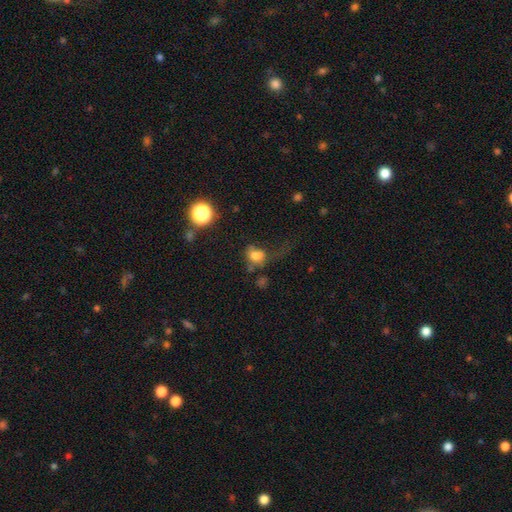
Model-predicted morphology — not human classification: smooth-or-featured: smooth: 72% | star or artifact: 15% | featured or disk: 14%
  how-rounded: in between: 53% | round: 46% | cigar-shaped: 2%
  merging: major disturbance: 37% | none: 31% | minor disturbance: 21% | merger: 11%